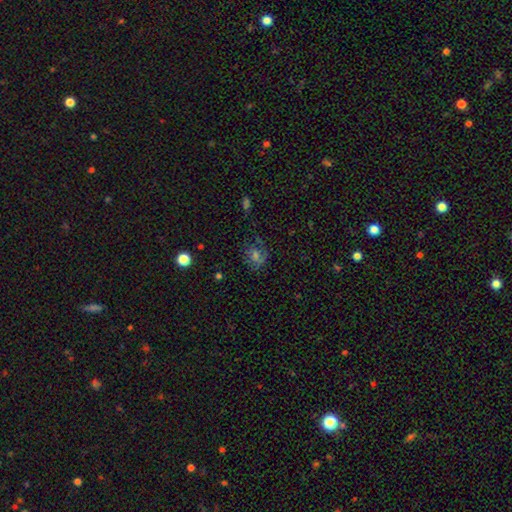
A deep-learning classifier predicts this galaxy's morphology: The model was most divided on "smooth or featured": smooth: 41%, featured or disk: 37%, star or artifact: 22%. More confident: merging — none (65%).